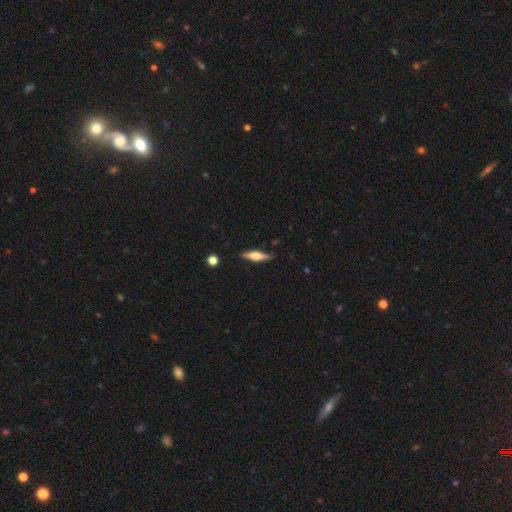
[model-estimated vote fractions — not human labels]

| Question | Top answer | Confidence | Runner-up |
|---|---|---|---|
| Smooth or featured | featured or disk | 56% | smooth (38%) |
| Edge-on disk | yes | 95% | no (5%) |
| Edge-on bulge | rounded | 86% | boxy (10%) |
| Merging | none | 87% | minor disturbance (9%) |